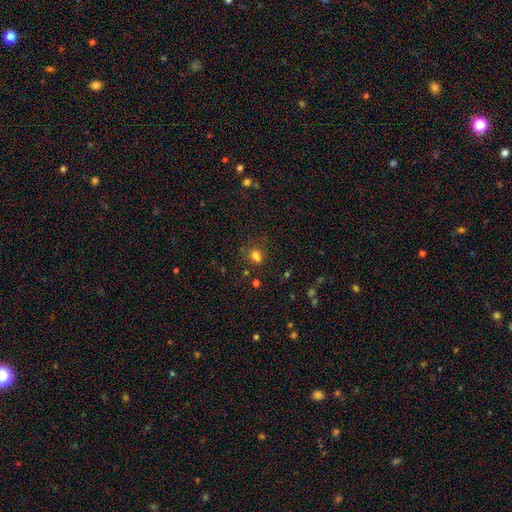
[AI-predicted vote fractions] smooth_or_featured: smooth (p=0.73) [alt: star or artifact p=0.20]
how_rounded: round (p=0.60) [alt: in between p=0.39]
merging: none (p=0.59) [alt: minor disturbance p=0.18]